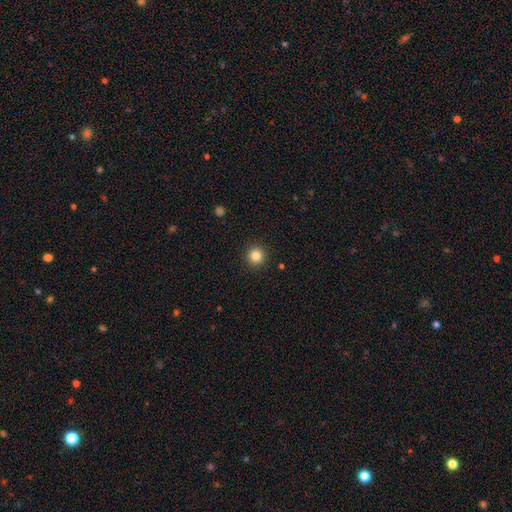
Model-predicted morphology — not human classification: Q: Smooth or featured?
A: smooth (84%); runner-up: star or artifact (11%)
Q: How rounded?
A: round (95%); runner-up: in between (4%)
Q: Merging?
A: none (92%); runner-up: minor disturbance (5%)